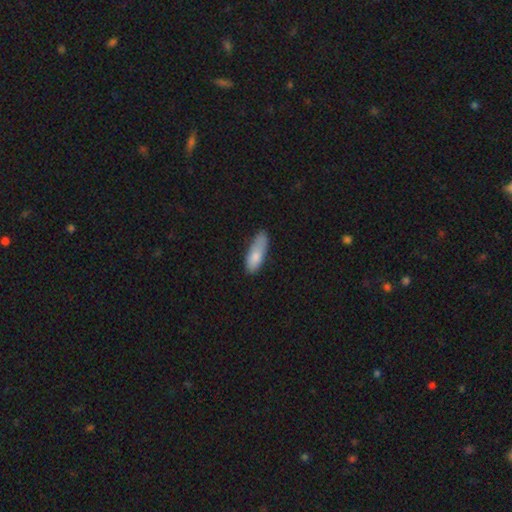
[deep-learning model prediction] smooth 80%, featured or disk 13%, star or artifact 7%. Down the decision tree: how rounded — in between (58%); merging — none (50%).